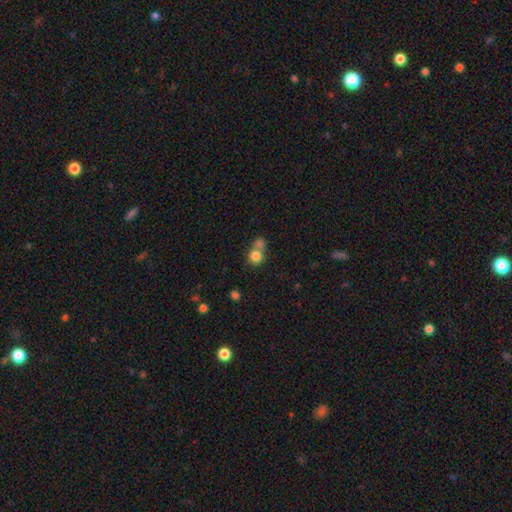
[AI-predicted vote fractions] Morphology: type=smooth (80%); roundness=round (83%); merging=merger (46%).